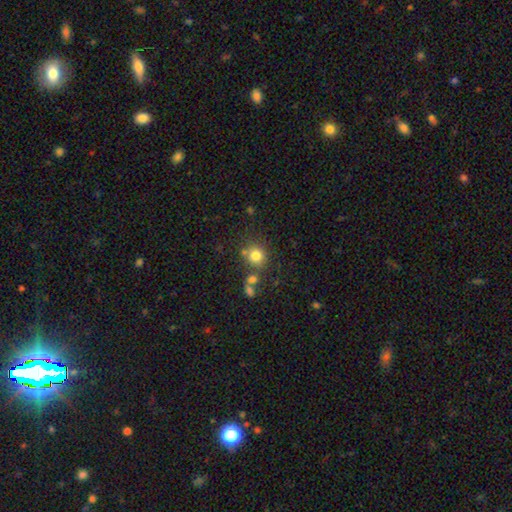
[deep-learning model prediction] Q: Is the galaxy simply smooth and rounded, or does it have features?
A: smooth — 79%.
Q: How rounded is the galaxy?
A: round — 87%.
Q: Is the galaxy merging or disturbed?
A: none — 67%.